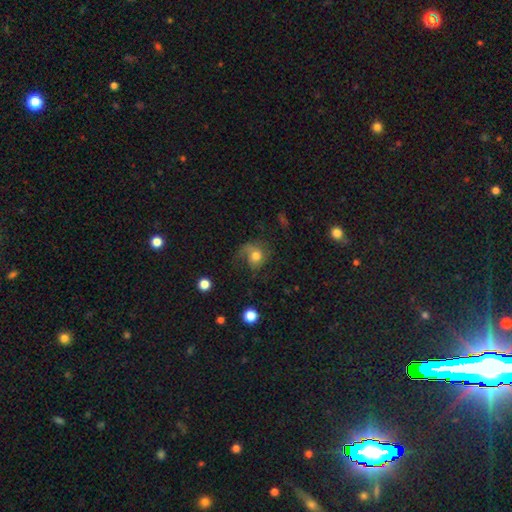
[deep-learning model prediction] smooth 46%, featured or disk 43%, star or artifact 10%. Down the decision tree: merging — none (46%).